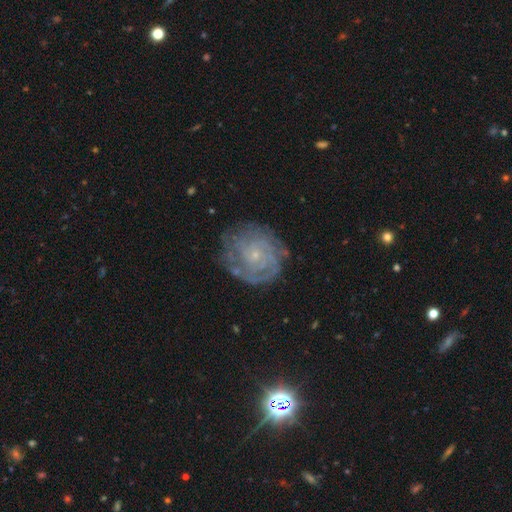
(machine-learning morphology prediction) A featured or disk galaxy (81%) with no bar (77%), tight (76%) spiral arms (95%) and a small central bulge (84%).

Vote fractions:
- Smooth or featured? featured or disk: 81% / smooth: 10% / star or artifact: 8%
- Edge-on disk? no: 98% / yes: 2%
- Bar? no: 77% / weak: 19% / strong: 4%
- Spiral arms? yes: 95% / no: 5%
- Spiral winding? tight: 76% / medium: 19% / loose: 4%
- Spiral arm count? can't tell: 35% / 3: 18% / 2: 17% / 4: 15% / more than 4: 8% / 1: 7%
- Bulge size? small: 84% / moderate: 10% / none: 4% / large: 1% / dominant: 1%
- Merging? none: 75% / minor disturbance: 17% / major disturbance: 7% / merger: 2%